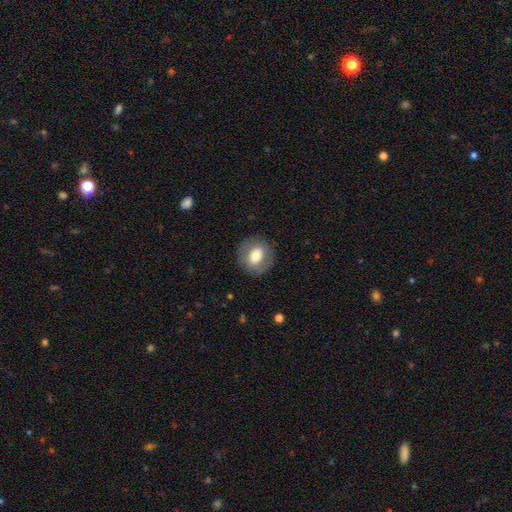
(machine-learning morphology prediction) This is likely a smooth galaxy (63%). How rounded: likely round (71%). Merging: clearly none (84%).